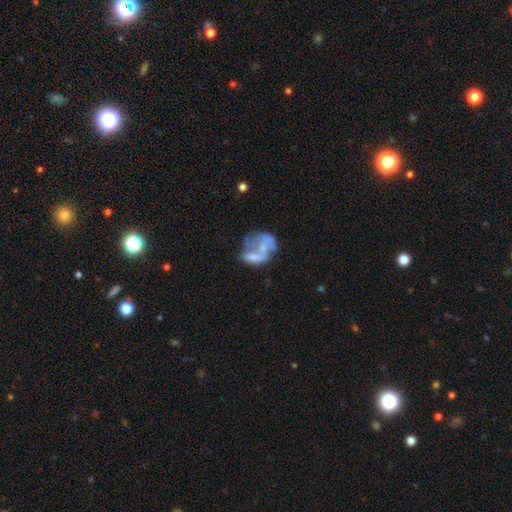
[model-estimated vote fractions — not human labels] Morphology: type=featured or disk (58%); edge-on=no (98%); bar=no (77%); spiral arms=no (74%); bulge=none (59%); merging=major disturbance (31%).